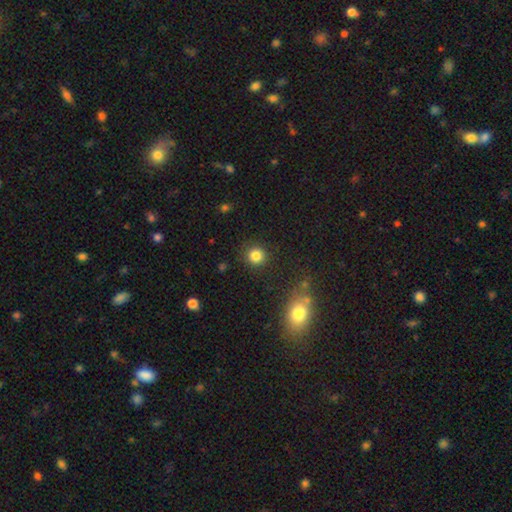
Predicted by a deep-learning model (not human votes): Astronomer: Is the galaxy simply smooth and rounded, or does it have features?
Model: smooth — 84%.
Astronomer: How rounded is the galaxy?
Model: round — 92%.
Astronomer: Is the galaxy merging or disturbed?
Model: none — 89%.